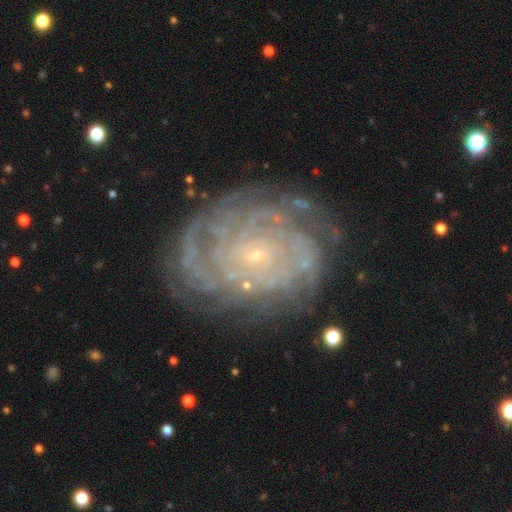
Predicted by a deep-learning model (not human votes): Morphology: type=featured or disk (86%); edge-on=no (97%); bar=no (78%); spiral arms=yes (95%); winding=tight (79%); arm count=can't tell (35%); bulge=small (87%); merging=none (74%).